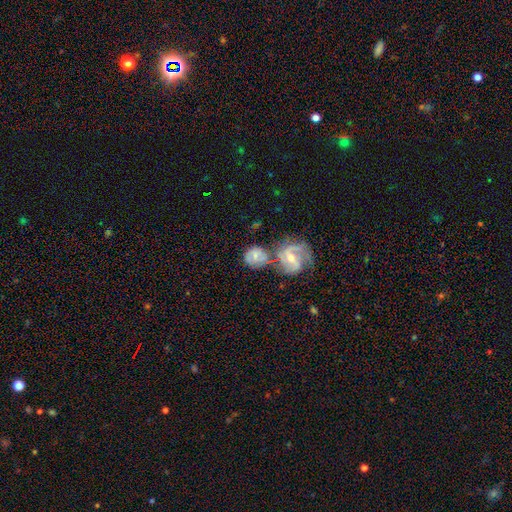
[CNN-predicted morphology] Smooth or featured? featured or disk (54%)
Edge-on disk? no (97%)
Bar? weak (43%)
Spiral arms? yes (84%)
Bulge size? moderate (49%)
Merging? none (44%)